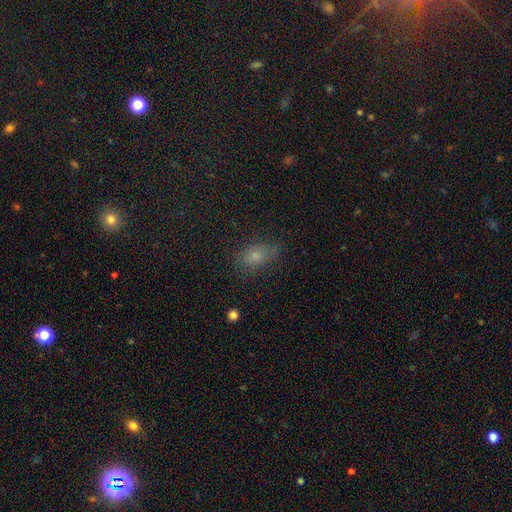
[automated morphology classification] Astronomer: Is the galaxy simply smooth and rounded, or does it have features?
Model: smooth — 73%.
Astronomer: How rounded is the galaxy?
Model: in between — 78%.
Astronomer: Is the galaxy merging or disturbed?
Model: none — 68%.